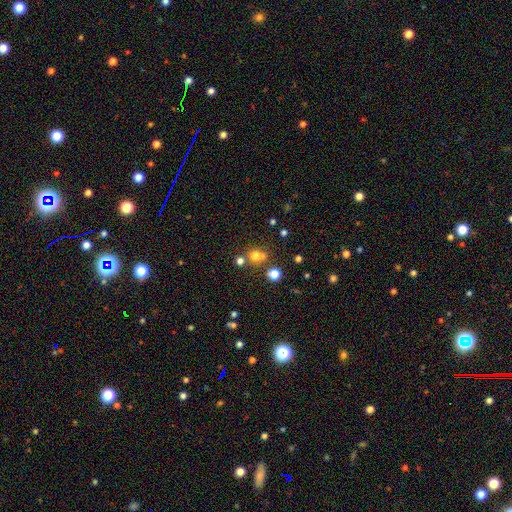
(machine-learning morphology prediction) Smooth or featured? smooth (70%)
How rounded? round (82%)
Merging? none (55%)